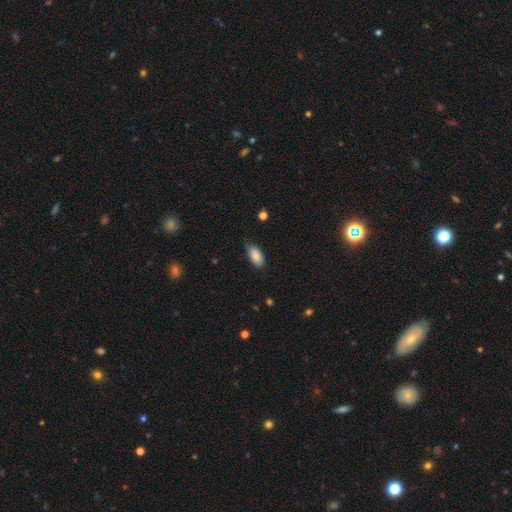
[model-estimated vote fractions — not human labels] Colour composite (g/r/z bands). It shows a smooth galaxy with no disk features (85%) that is in between round and cigar-shaped (92%). Merging: none (67%).